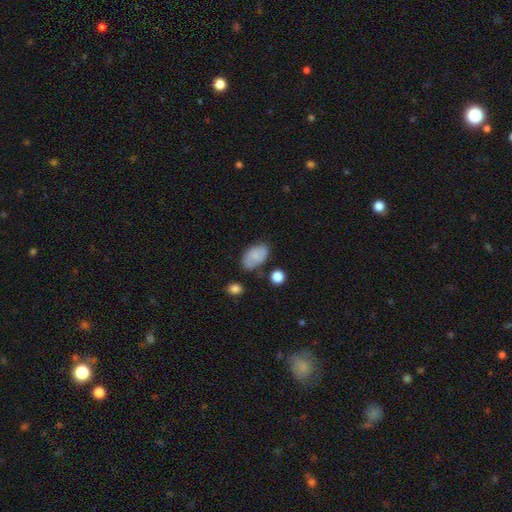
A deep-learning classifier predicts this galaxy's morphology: A smooth galaxy with no disk features (67%) that is in between round and cigar-shaped (90%).

Vote fractions:
- Smooth or featured? smooth: 67% / featured or disk: 25% / star or artifact: 9%
- How rounded? in between: 90% / round: 8% / cigar-shaped: 1%
- Merging? none: 66% / minor disturbance: 22% / major disturbance: 6% / merger: 6%